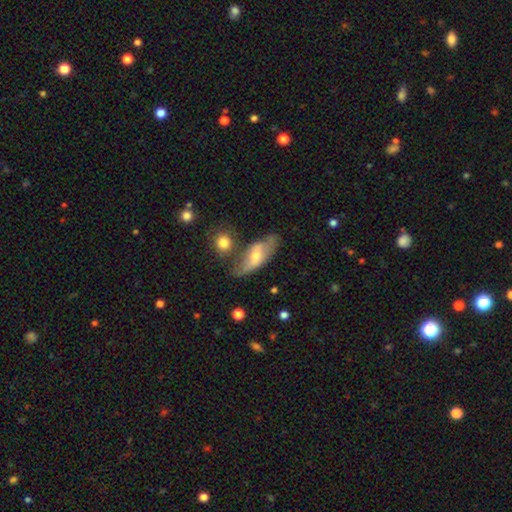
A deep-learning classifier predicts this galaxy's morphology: The model was most divided on "smooth or featured": featured or disk: 50%, smooth: 43%, star or artifact: 7%. More confident: edge-on disk — no (68%); merging — none (55%).